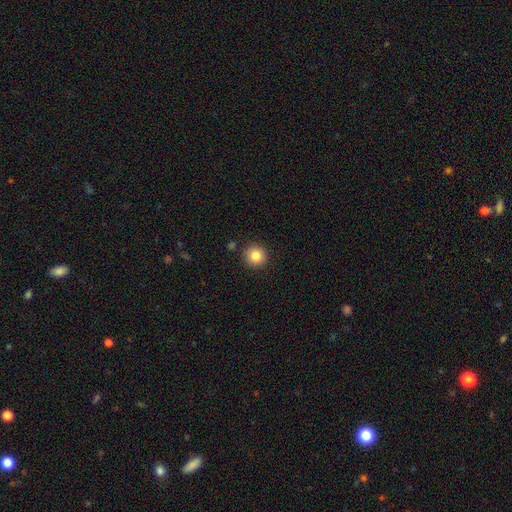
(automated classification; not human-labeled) A smooth galaxy with no disk features (84%) that is round (94%). Merging: none (90%).